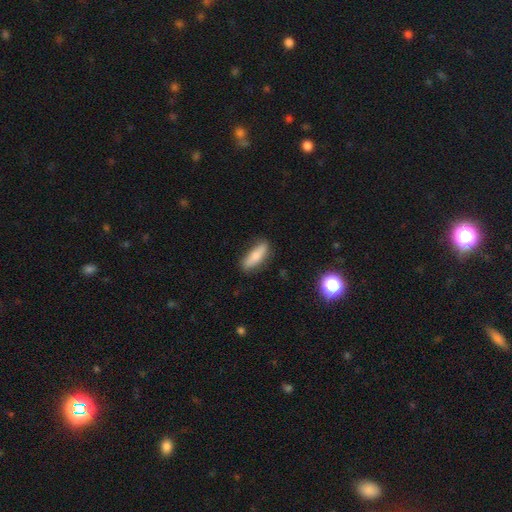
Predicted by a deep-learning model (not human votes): Smooth or featured? Predicted: smooth (p=0.70). How rounded? Predicted: cigar-shaped (p=0.51). Merging? Predicted: none (p=0.82).